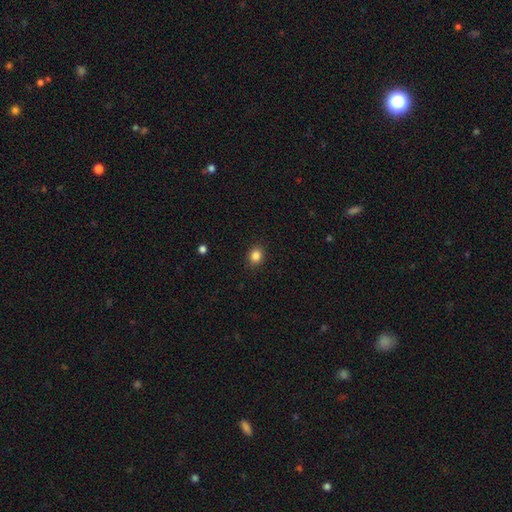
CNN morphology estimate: Smooth or featured? smooth (85%)
How rounded? round (64%)
Merging? none (90%)